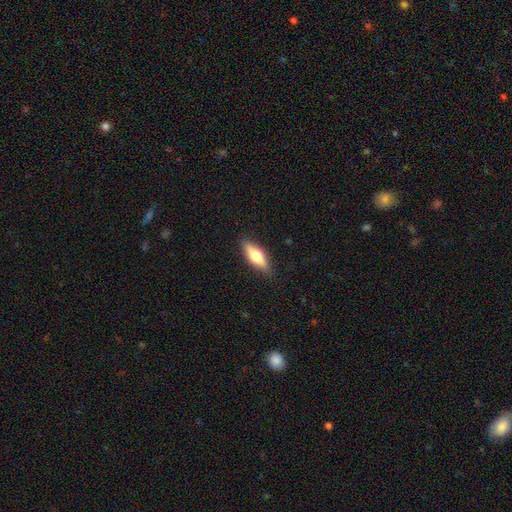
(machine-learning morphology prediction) The model was most divided on "how rounded": in between: 53%, cigar-shaped: 44%, round: 3%. More confident: merging — none (87%); smooth or featured — smooth (53%).